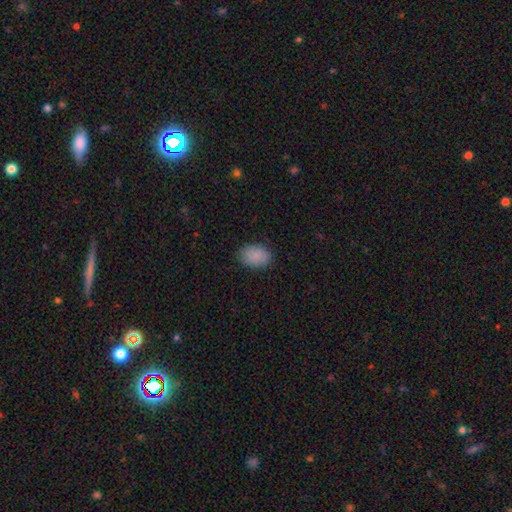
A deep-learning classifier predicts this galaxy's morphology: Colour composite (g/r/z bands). It shows a smooth galaxy with no disk features (88%) that is in between round and cigar-shaped (78%). Merging: none (84%).